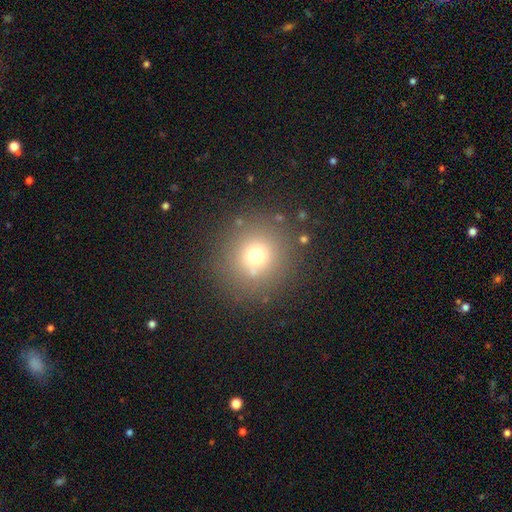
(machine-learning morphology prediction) This is likely a smooth galaxy (68%). How rounded: clearly round (93%). Merging: clearly none (82%).